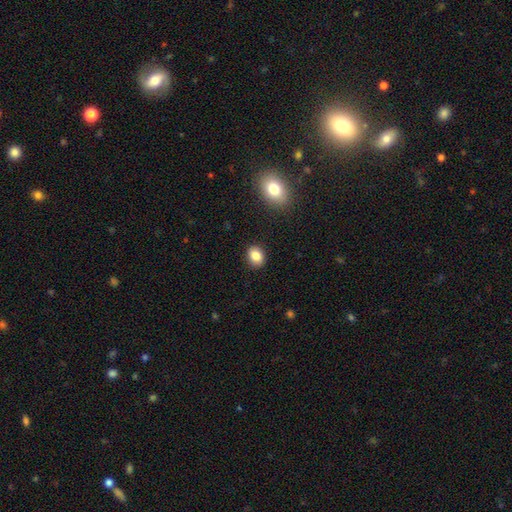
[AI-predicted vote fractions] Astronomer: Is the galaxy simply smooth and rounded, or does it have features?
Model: smooth — 84%.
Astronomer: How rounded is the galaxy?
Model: in between — 54% (runner-up: round, 45%).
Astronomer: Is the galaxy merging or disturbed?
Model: none — 89%.